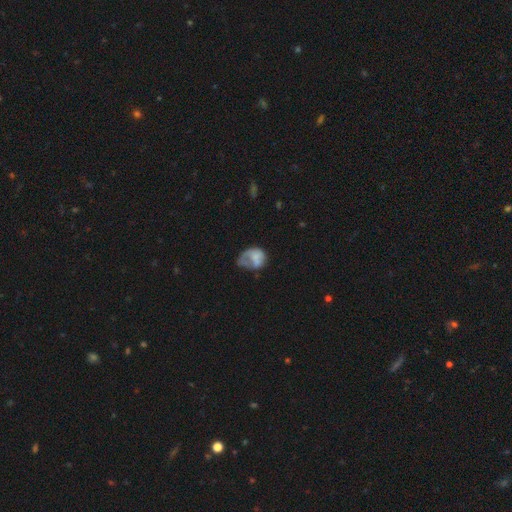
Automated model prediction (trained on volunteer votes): Overall: smooth (54%; featured or disk 37%). How rounded: in between (62%; round 36%). Merging: major disturbance (44%; minor disturbance 26%).